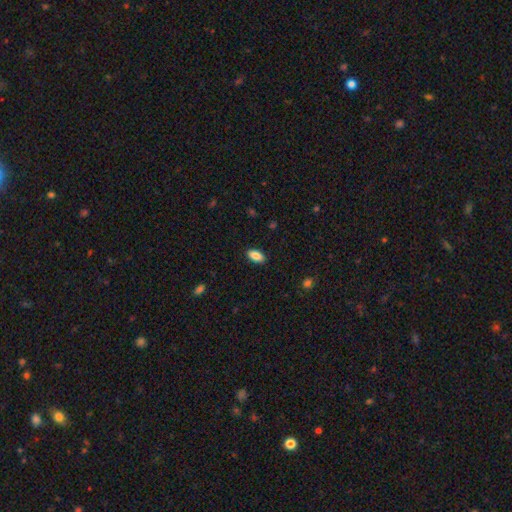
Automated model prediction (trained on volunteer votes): Overall: smooth (88%). How rounded: in between (92%). Merging: none (89%).